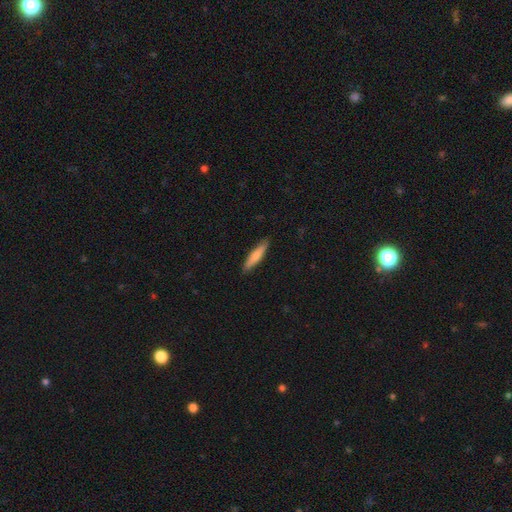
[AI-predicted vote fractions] smooth_or_featured: smooth (p=0.70) [alt: featured or disk p=0.25]
how_rounded: cigar-shaped (p=0.85) [alt: in between p=0.14]
merging: none (p=0.89) [alt: minor disturbance p=0.08]